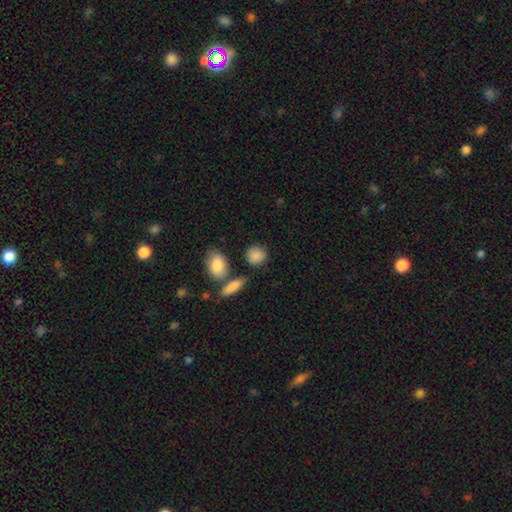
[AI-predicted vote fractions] A smooth galaxy with no disk features (86%) that is round (70%).

Vote fractions:
- Smooth or featured? smooth: 86% / star or artifact: 7% / featured or disk: 7%
- How rounded? round: 70% / in between: 27% / cigar-shaped: 3%
- Merging? none: 74% / minor disturbance: 13% / merger: 9% / major disturbance: 4%